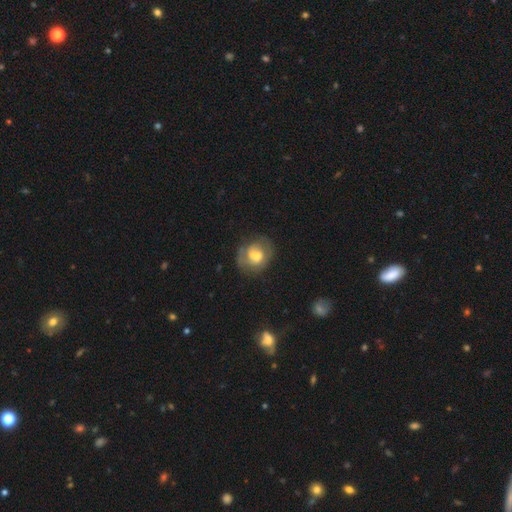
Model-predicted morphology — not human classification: Q: Smooth or featured?
A: smooth (47%); runner-up: featured or disk (45%)
Q: Merging?
A: none (52%); runner-up: minor disturbance (24%)